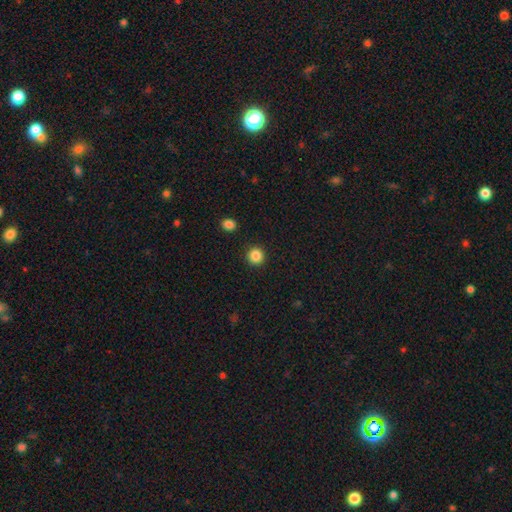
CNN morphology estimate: smooth 86%, star or artifact 10%, featured or disk 3%. Down the decision tree: how rounded — round (94%); merging — none (92%).